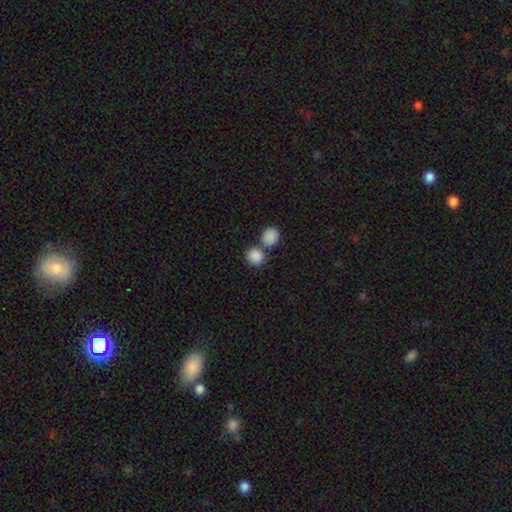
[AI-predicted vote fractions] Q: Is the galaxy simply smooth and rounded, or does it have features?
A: smooth — 87%.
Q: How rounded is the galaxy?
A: round — 82%.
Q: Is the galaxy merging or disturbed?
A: none — 52%.